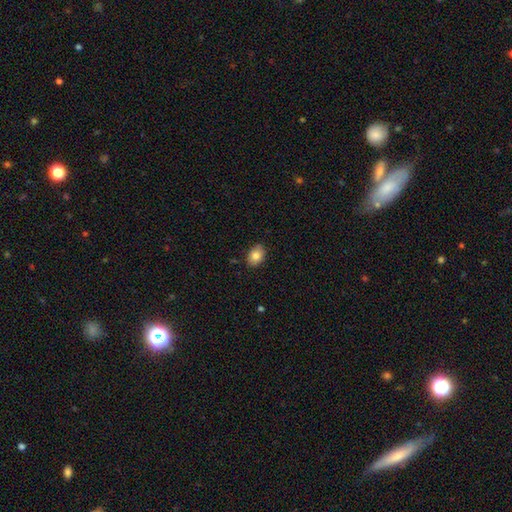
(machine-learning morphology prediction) smooth 84%, featured or disk 8%, star or artifact 8%. Down the decision tree: how rounded — in between (74%); merging — none (83%).